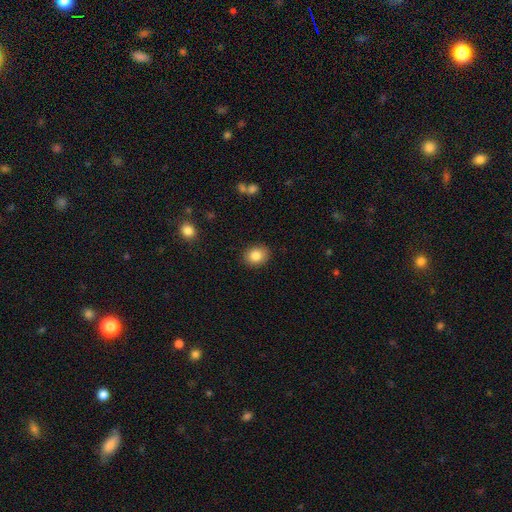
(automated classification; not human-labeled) smooth 84%, star or artifact 9%, featured or disk 7%. Down the decision tree: how rounded — round (57%); merging — none (89%).